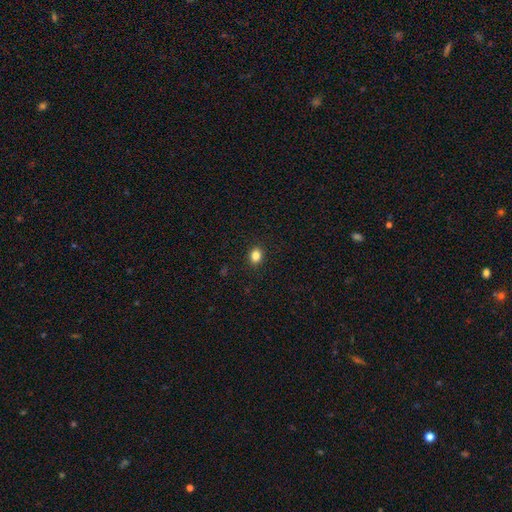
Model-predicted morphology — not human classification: This appears to be a smooth galaxy with no disk features (84%) that is in between round and cigar-shaped (51%). Merging: none (91%).